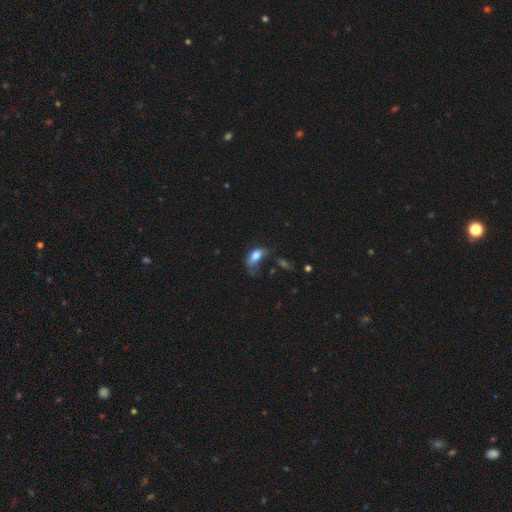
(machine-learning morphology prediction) smooth_or_featured: smooth (p=0.75) [alt: featured or disk p=0.16]
how_rounded: in between (p=0.89) [alt: round p=0.06]
merging: major disturbance (p=0.38) [alt: minor disturbance p=0.28]